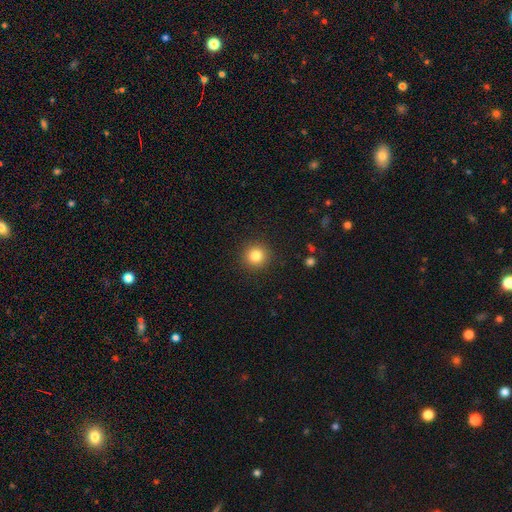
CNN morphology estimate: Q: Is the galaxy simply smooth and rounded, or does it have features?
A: smooth — 83%.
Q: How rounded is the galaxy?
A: round — 94%.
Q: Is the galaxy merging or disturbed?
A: none — 91%.